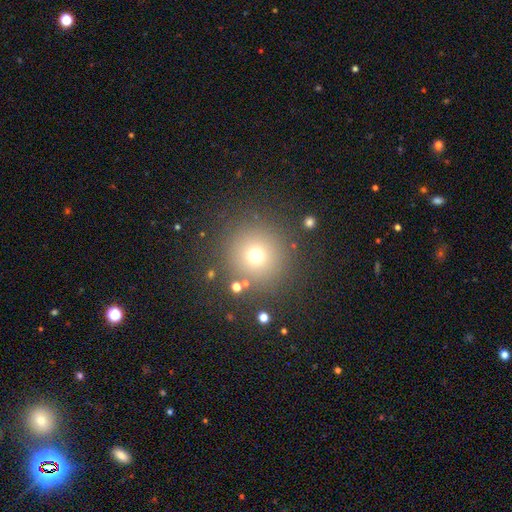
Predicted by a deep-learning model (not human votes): Q: Smooth or featured?
A: smooth (69%); runner-up: star or artifact (21%)
Q: How rounded?
A: round (95%); runner-up: in between (4%)
Q: Merging?
A: none (86%); runner-up: minor disturbance (7%)